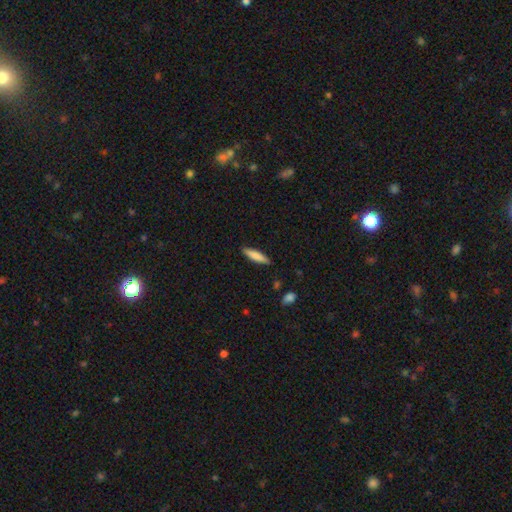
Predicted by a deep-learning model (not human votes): The model was most divided on "how rounded": cigar-shaped: 76%, in between: 22%, round: 1%. More confident: merging — none (88%); smooth or featured — smooth (82%).